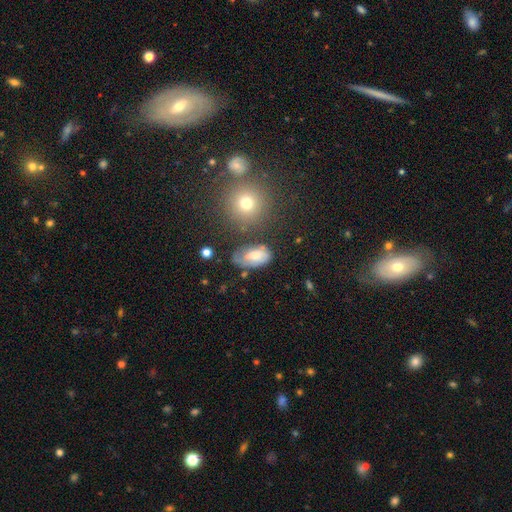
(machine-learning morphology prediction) This appears to be a smooth galaxy with no disk features (59%) that is in between round and cigar-shaped (90%). Merging: none (48%).